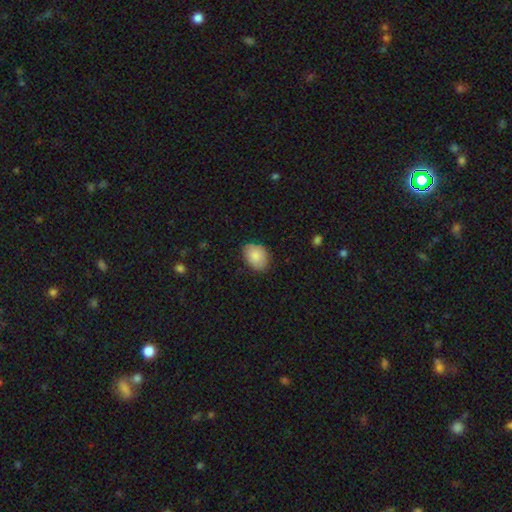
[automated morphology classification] Smooth or featured?
  - smooth: 86% *
  - featured or disk: 7%
  - star or artifact: 7%
How rounded?
  - in between: 70% *
  - round: 29%
  - cigar-shaped: 1%
Merging?
  - none: 80% *
  - minor disturbance: 16%
  - major disturbance: 3%
  - merger: 1%